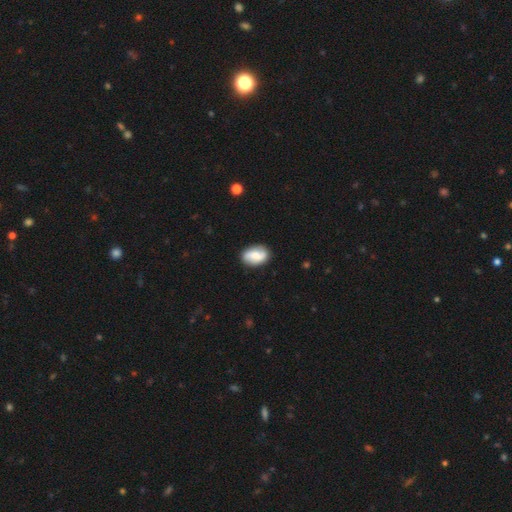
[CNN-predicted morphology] Smooth or featured? smooth (51%)
How rounded? in between (84%)
Merging? none (82%)